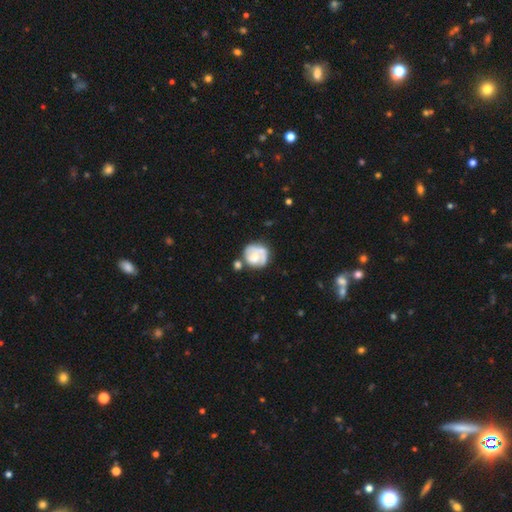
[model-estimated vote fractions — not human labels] Morphology: type=featured or disk (56%); edge-on=no (98%); bar=no (79%); spiral arms=yes (53%); bulge=moderate (47%); merging=none (48%).